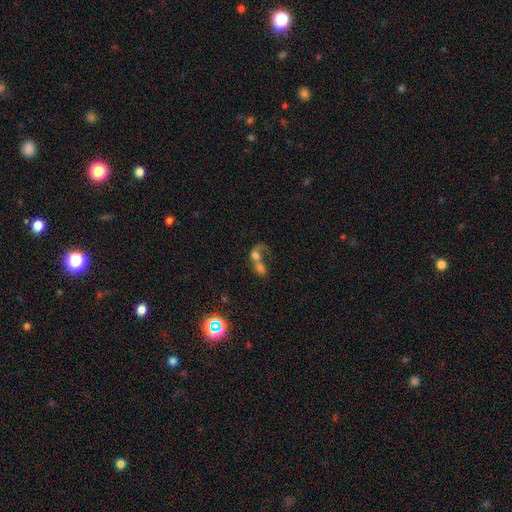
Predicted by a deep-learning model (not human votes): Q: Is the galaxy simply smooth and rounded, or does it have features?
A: smooth — 48%.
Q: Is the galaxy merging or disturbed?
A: merger — 75%.